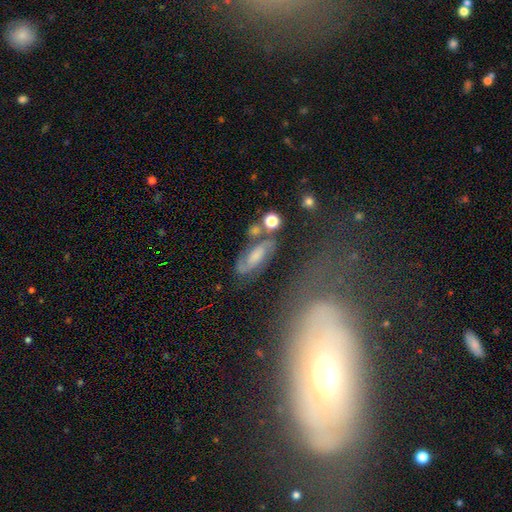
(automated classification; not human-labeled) A featured or disk galaxy (61%) with no bar (44%), spiral arms (89%) and a small central bulge (34%, tied with moderate). Merging: none (64%).